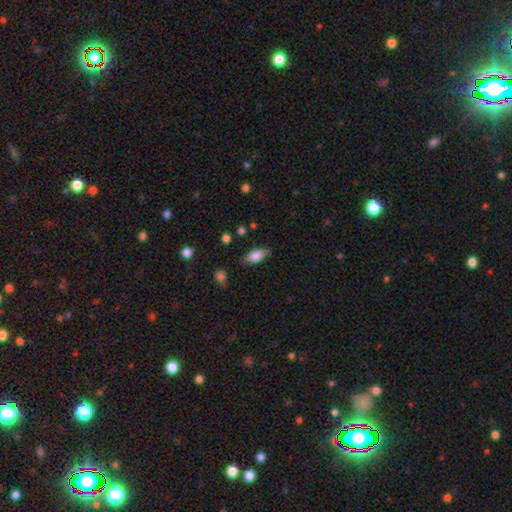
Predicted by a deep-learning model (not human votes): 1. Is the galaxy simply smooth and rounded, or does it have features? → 80% smooth, 12% featured or disk, 7% star or artifact.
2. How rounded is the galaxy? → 87% in between, 9% cigar-shaped, 3% round.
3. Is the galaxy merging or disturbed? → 82% none, 14% minor disturbance, 3% major disturbance, 1% merger.